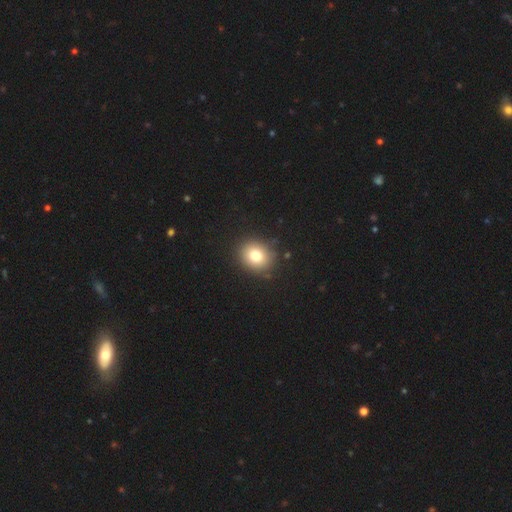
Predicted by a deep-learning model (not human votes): smooth-or-featured: smooth: 79% | star or artifact: 11% | featured or disk: 10%
  how-rounded: round: 69% | in between: 30% | cigar-shaped: 1%
  merging: none: 87% | minor disturbance: 8% | major disturbance: 3% | merger: 2%